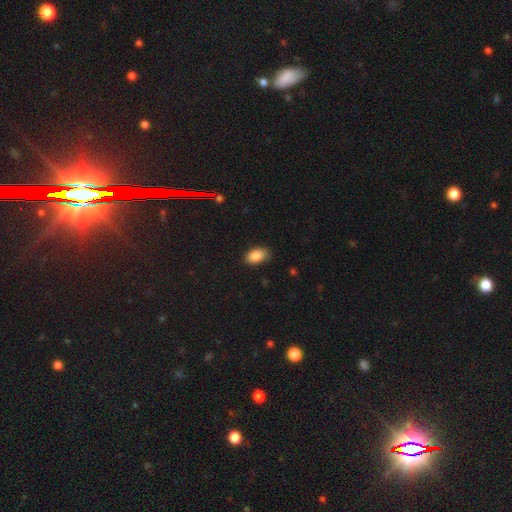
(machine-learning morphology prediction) smooth-or-featured: smooth: 86% | star or artifact: 8% | featured or disk: 6%
  how-rounded: in between: 91% | round: 7% | cigar-shaped: 2%
  merging: none: 83% | minor disturbance: 14% | major disturbance: 2% | merger: 1%